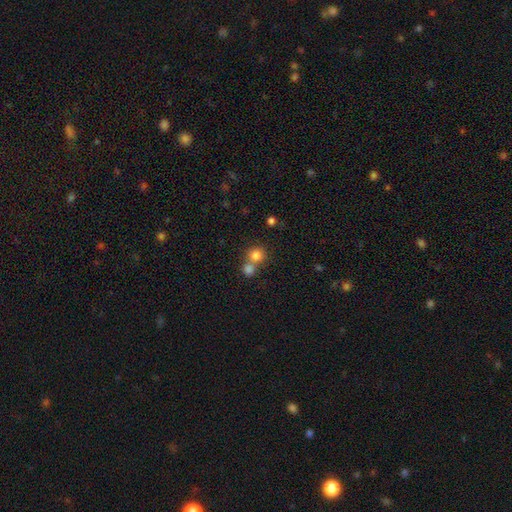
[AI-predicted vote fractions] The model was most divided on "merging": none: 50%, merger: 41%, minor disturbance: 6%, major disturbance: 3%. More confident: how rounded — round (89%); smooth or featured — smooth (80%).